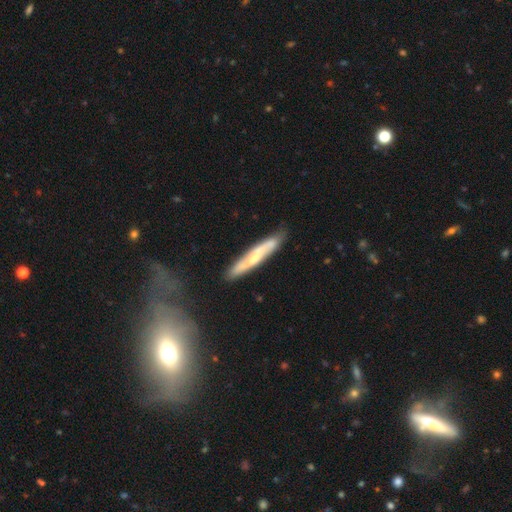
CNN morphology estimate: featured or disk 54%, smooth 41%, star or artifact 5%. Down the decision tree: edge-on disk — yes (65%); merging — none (79%).